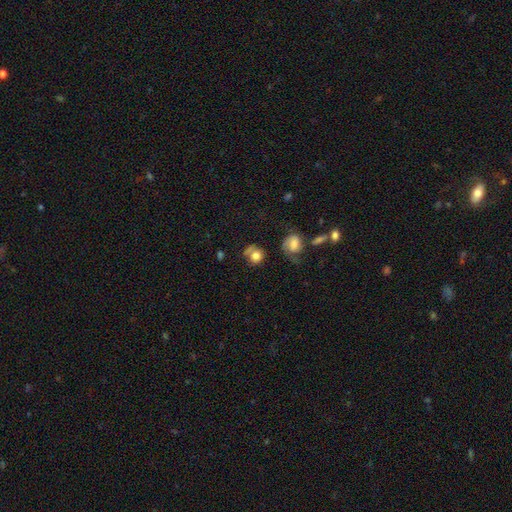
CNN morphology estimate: A smooth galaxy with no disk features (74%) that is round (77%).

Vote fractions:
- Smooth or featured? smooth: 74% / featured or disk: 16% / star or artifact: 10%
- How rounded? round: 77% / in between: 22% / cigar-shaped: 1%
- Merging? none: 46% / minor disturbance: 23% / major disturbance: 17% / merger: 14%